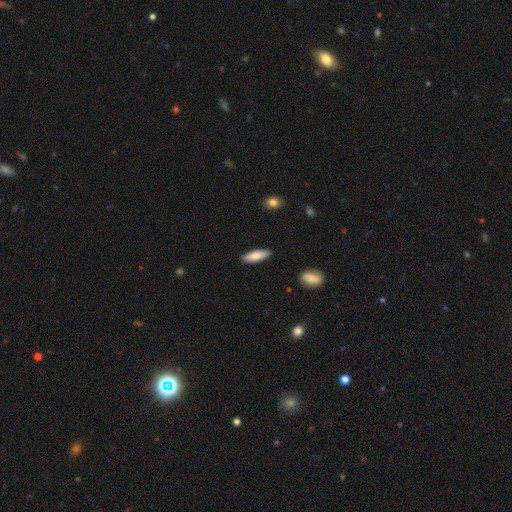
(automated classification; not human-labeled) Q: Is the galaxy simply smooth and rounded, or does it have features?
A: smooth — 83%.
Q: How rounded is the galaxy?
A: cigar-shaped — 49%, tied with in between.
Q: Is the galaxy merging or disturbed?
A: none — 88%.